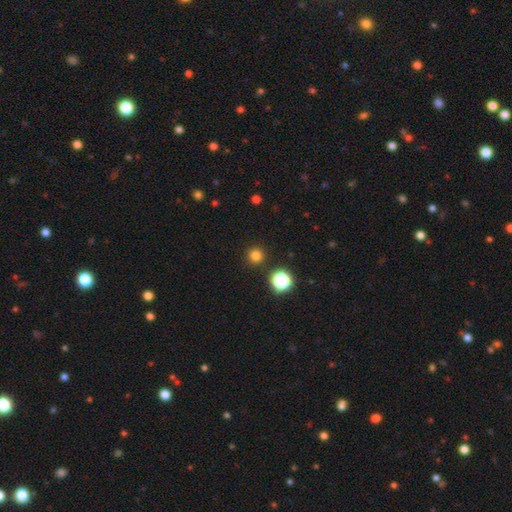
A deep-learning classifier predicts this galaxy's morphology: A smooth galaxy with no disk features (79%) that is round (96%). Merging: none (92%).